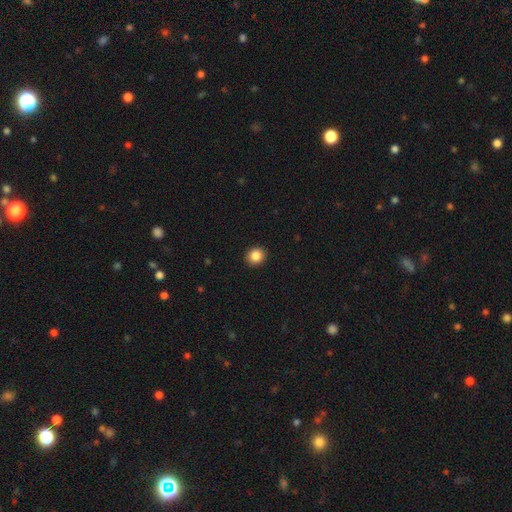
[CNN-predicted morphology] Smooth or featured? smooth (86%)
How rounded? round (84%)
Merging? none (92%)